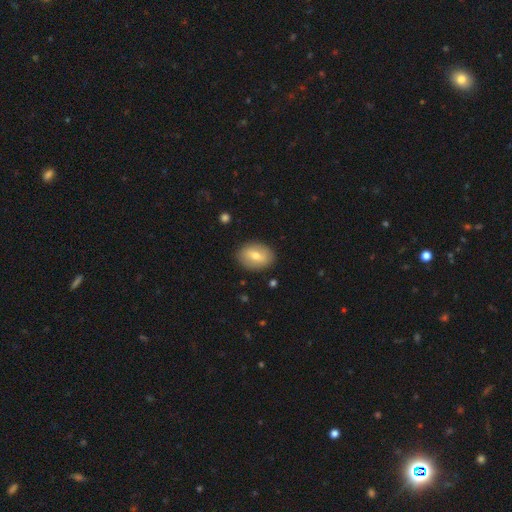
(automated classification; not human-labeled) Smooth or featured: smooth — 63% (featured or disk — 29%)
How rounded: in between — 78% (round — 21%)
Merging: none — 87% (minor disturbance — 9%)